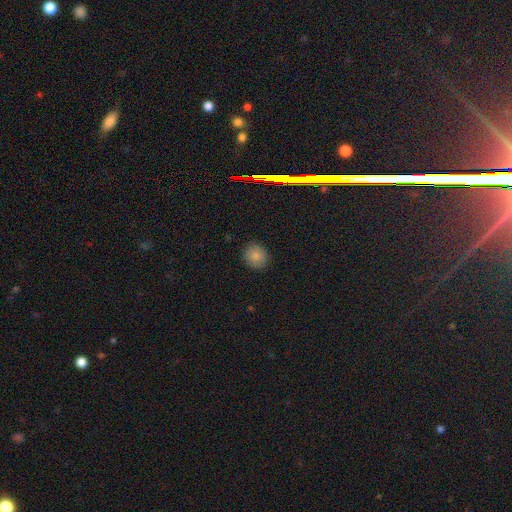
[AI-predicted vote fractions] Smooth or featured: smooth — 82% (star or artifact — 11%)
How rounded: round — 78% (in between — 21%)
Merging: none — 87% (minor disturbance — 10%)